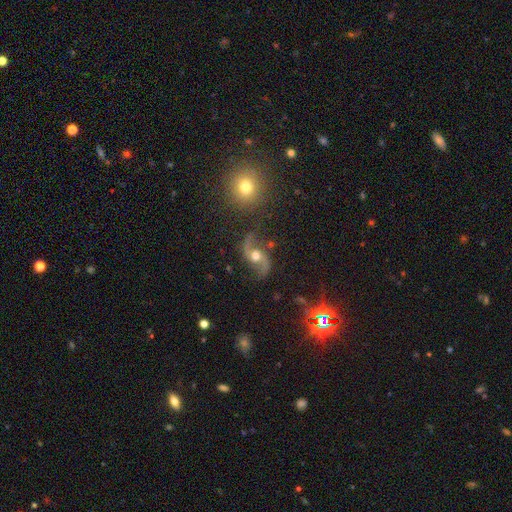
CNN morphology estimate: featured or disk 89%, star or artifact 6%, smooth 5%. Down the decision tree: edge-on disk — no (97%); bar — no (64%); spiral arms — yes (97%); spiral arm count — 2 (94%); spiral winding — loose (82%); bulge size — moderate (68%); merging — none (78%).